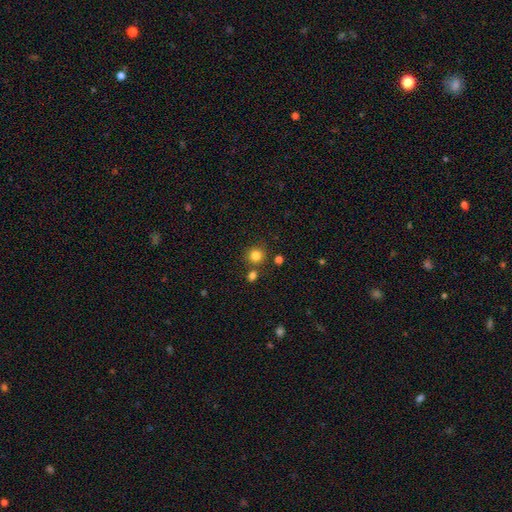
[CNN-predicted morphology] type=smooth (82%); roundness=round (91%); merging=none (78%).